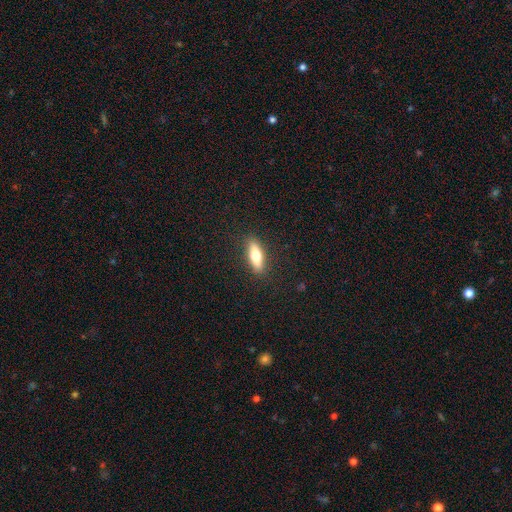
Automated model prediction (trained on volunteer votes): smooth_or_featured: smooth (p=0.65) [alt: featured or disk p=0.28]
how_rounded: cigar-shaped (p=0.53) [alt: in between p=0.44]
merging: none (p=0.88) [alt: minor disturbance p=0.08]